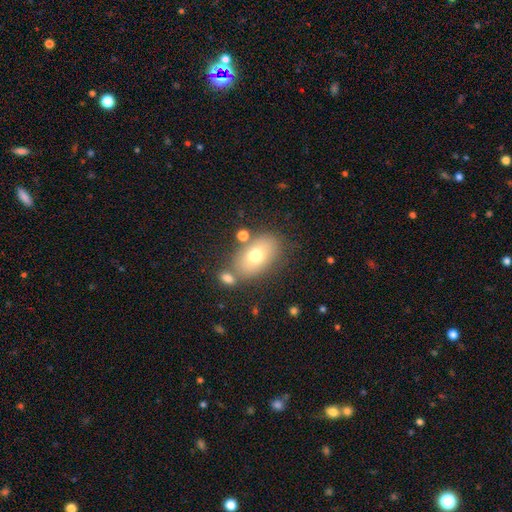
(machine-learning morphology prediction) smooth-or-featured: smooth: 71% | featured or disk: 20% | star or artifact: 9%
  how-rounded: in between: 88% | round: 10% | cigar-shaped: 2%
  merging: none: 70% | minor disturbance: 13% | merger: 13% | major disturbance: 5%